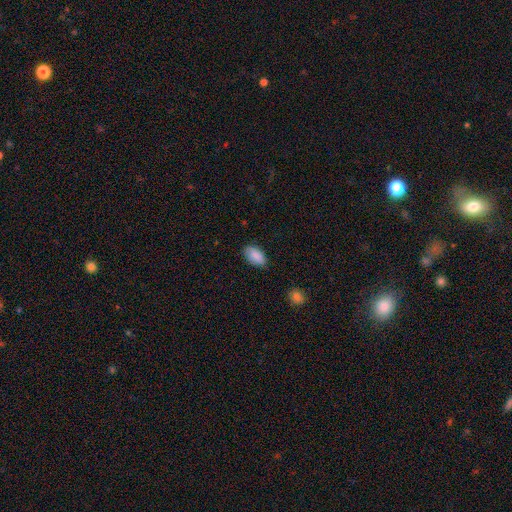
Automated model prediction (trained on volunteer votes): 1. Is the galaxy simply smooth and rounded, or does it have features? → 88% smooth, 7% star or artifact, 5% featured or disk.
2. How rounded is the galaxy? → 94% in between, 4% round, 2% cigar-shaped.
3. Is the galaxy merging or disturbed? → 78% none, 18% minor disturbance, 3% major disturbance, 1% merger.